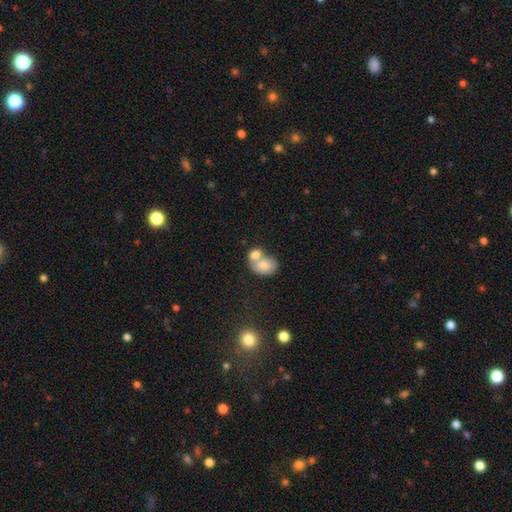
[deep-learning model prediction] Smooth or featured? smooth (74%)
How rounded? in between (64%)
Merging? merger (68%)